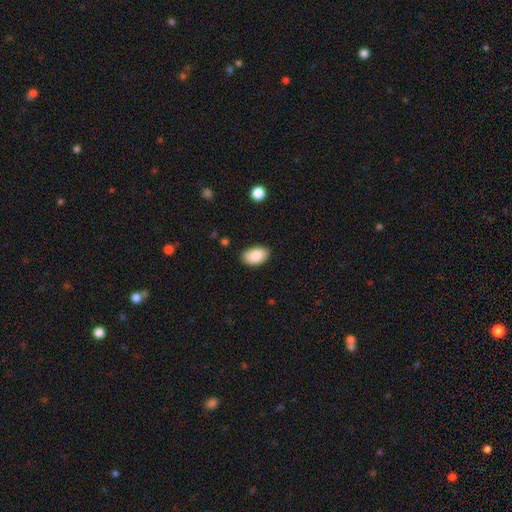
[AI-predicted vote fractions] Smooth or featured?
  - smooth: 86% *
  - featured or disk: 7%
  - star or artifact: 7%
How rounded?
  - in between: 91% *
  - round: 7%
  - cigar-shaped: 1%
Merging?
  - none: 85% *
  - minor disturbance: 12%
  - major disturbance: 2%
  - merger: 1%